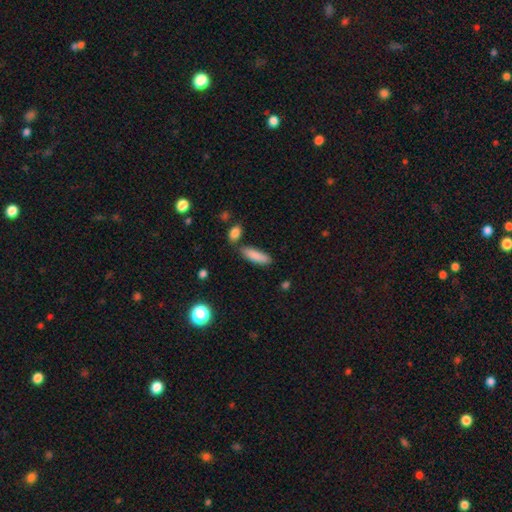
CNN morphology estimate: A smooth galaxy with no disk features (86%) that is cigar-shaped (53%).

Vote fractions:
- Smooth or featured? smooth: 86% / featured or disk: 7% / star or artifact: 7%
- How rounded? cigar-shaped: 53% / in between: 45% / round: 2%
- Merging? none: 76% / minor disturbance: 13% / merger: 8% / major disturbance: 3%